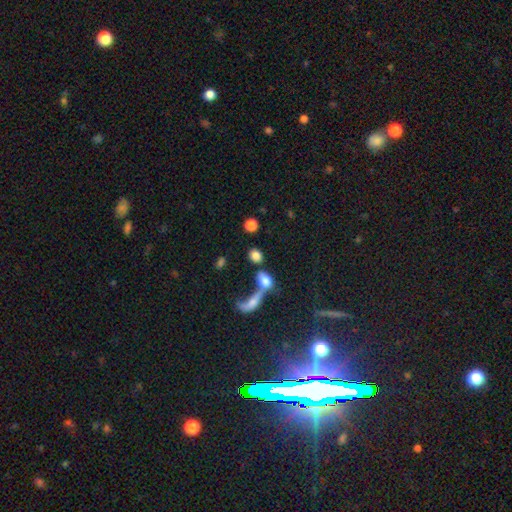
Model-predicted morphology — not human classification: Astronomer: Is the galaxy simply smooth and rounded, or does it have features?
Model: smooth — 76%.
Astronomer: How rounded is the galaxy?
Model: in between — 58% (runner-up: round, 36%).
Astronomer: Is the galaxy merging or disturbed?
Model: merger — 45% (runner-up: none, 36%).